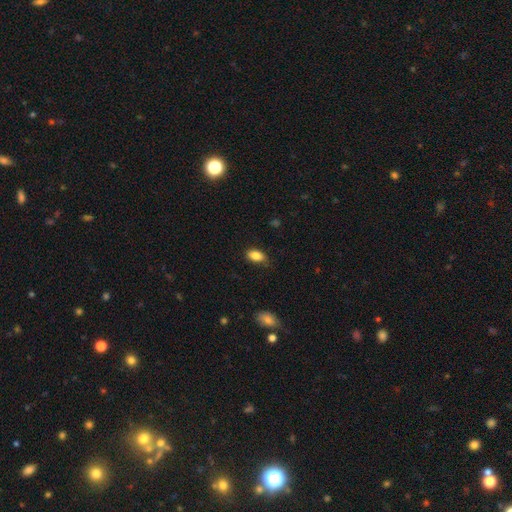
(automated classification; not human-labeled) smooth_or_featured: smooth (p=0.86) [alt: star or artifact p=0.08]
how_rounded: in between (p=0.91) [alt: round p=0.06]
merging: none (p=0.76) [alt: minor disturbance p=0.19]